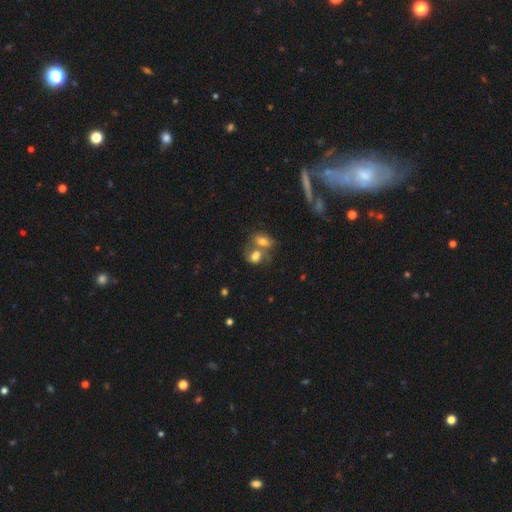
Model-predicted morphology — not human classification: This appears to be a smooth galaxy with no disk features (69%) that is in between round and cigar-shaped (72%). Merging: merger (63%).